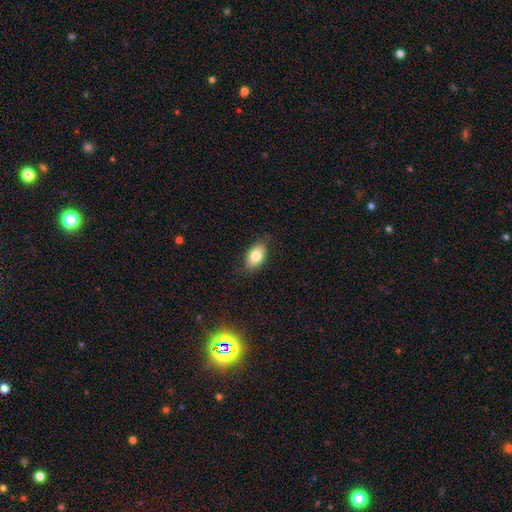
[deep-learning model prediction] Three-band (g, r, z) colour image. It shows a smooth galaxy with no disk features (79%) that is in between round and cigar-shaped (90%). Merging: none (81%).